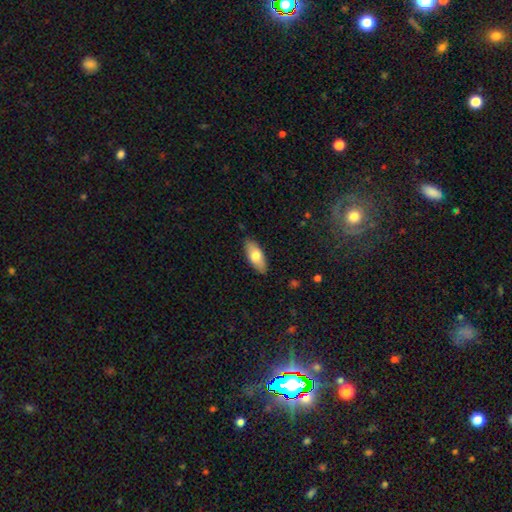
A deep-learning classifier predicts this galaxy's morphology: A smooth galaxy with no disk features (72%) that is in between round and cigar-shaped (82%). Merging: none (87%).